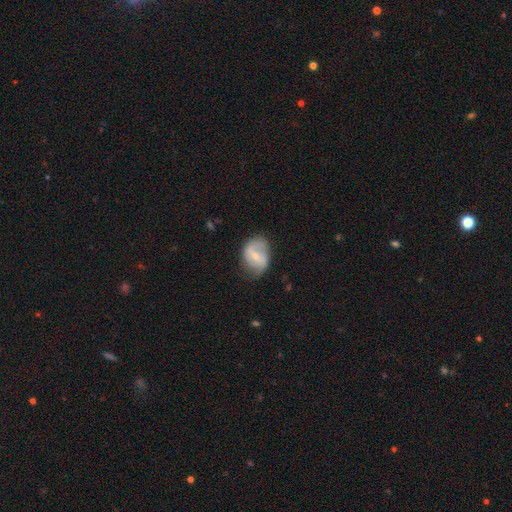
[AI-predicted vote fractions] Morphology: type=featured or disk (61%); edge-on=no (96%); bar=weak (48%); spiral arms=yes (71%); bulge=small (55%); merging=none (59%).